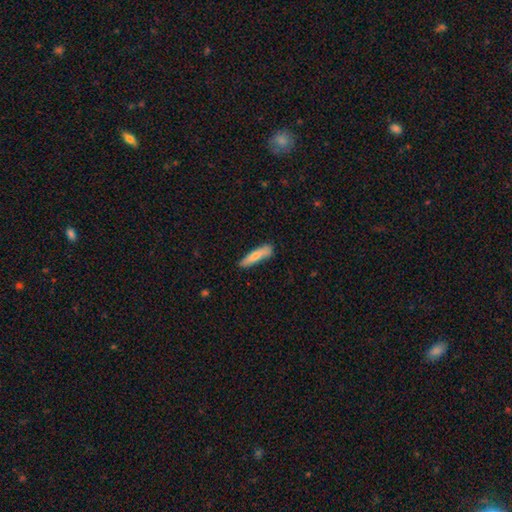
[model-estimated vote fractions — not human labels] Smooth or featured? smooth (76%)
How rounded? cigar-shaped (83%)
Merging? none (78%)